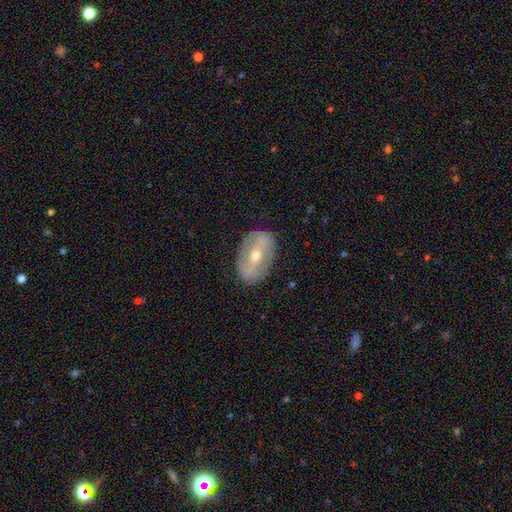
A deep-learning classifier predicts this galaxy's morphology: Smooth or featured: featured or disk — 70% (smooth — 23%)
Edge-on disk: no — 91% (yes — 9%)
Bar: strong — 50% (weak — 30%)
Spiral arms: yes — 50% (tied with no — 50%)
Bulge size: moderate — 58% (small — 38%)
Merging: none — 83% (minor disturbance — 12%)